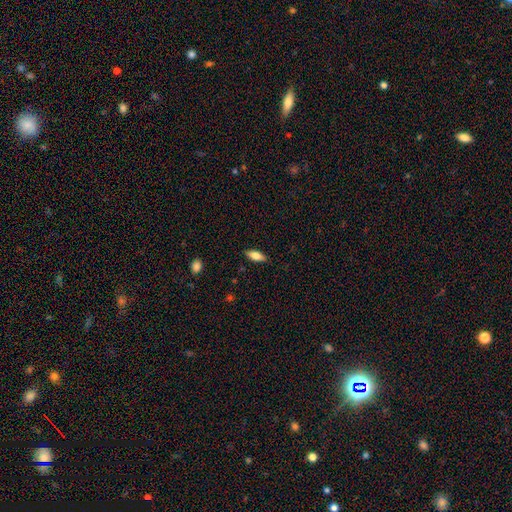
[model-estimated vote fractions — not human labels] Overall: smooth (74%). How rounded: in between (74%). Merging: none (87%).